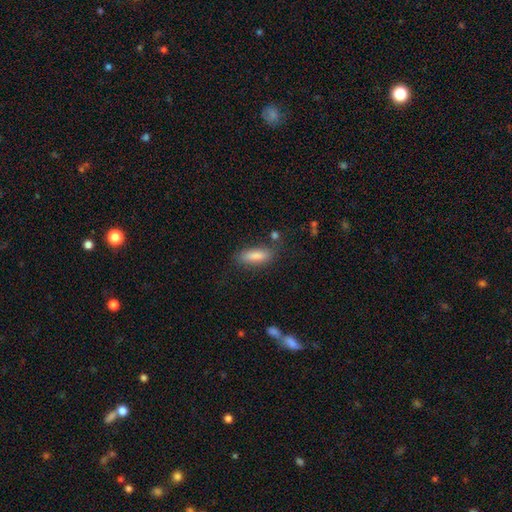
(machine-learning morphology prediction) A smooth galaxy with no disk features (83%) that is in between round and cigar-shaped (61%).

Vote fractions:
- Smooth or featured? smooth: 83% / featured or disk: 9% / star or artifact: 8%
- How rounded? in between: 61% / cigar-shaped: 36% / round: 2%
- Merging? none: 77% / minor disturbance: 14% / major disturbance: 4% / merger: 4%